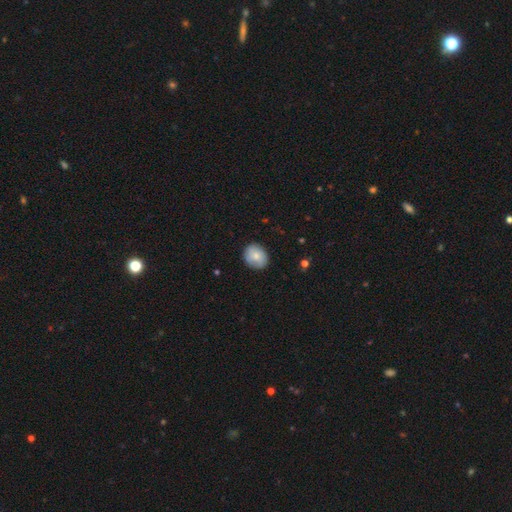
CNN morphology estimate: Smooth or featured? smooth (77%)
How rounded? round (67%)
Merging? none (83%)